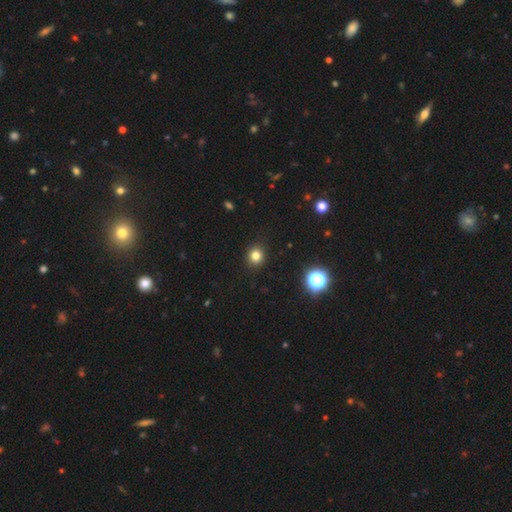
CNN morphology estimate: Smooth or featured? Predicted: smooth (p=0.81). How rounded? Predicted: round (p=0.84). Merging? Predicted: none (p=0.91).